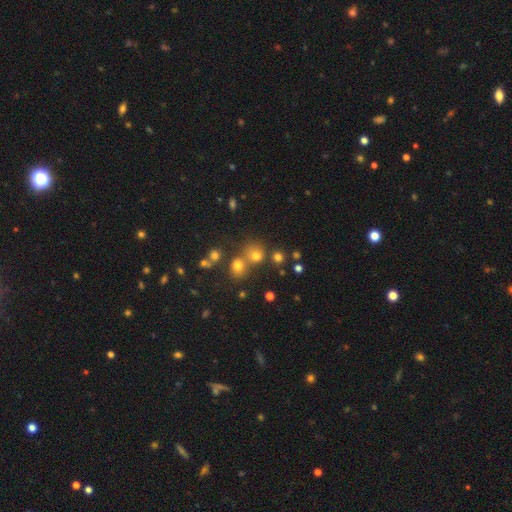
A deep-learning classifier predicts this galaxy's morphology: Smooth or featured? Predicted: smooth (p=0.71). How rounded? Predicted: round (p=0.84). Merging? Predicted: none (p=0.56).